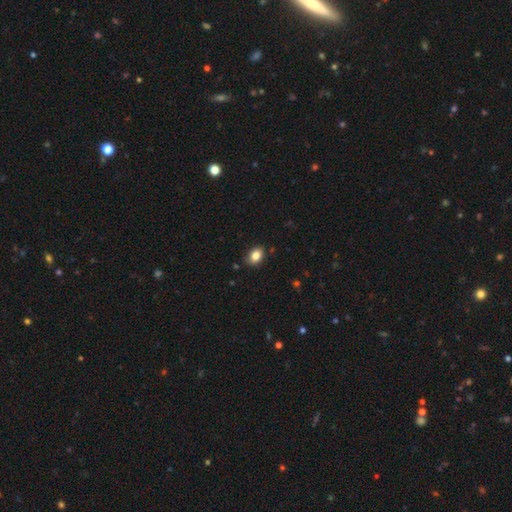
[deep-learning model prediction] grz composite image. It shows a smooth galaxy with no disk features (85%) that is in between round and cigar-shaped (75%). Merging: none (84%).